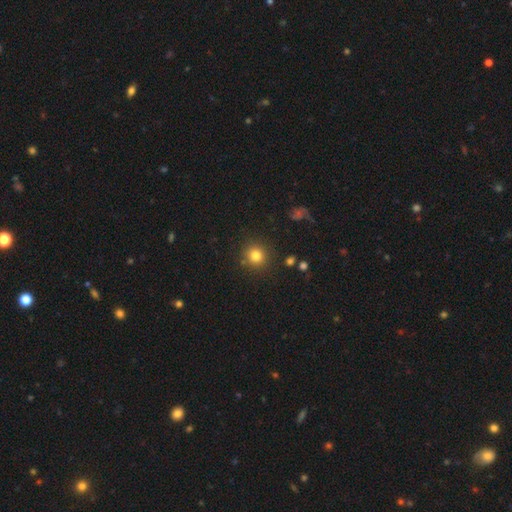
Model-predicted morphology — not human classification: This is clearly a smooth galaxy (81%). How rounded: clearly round (91%). Merging: clearly none (86%).